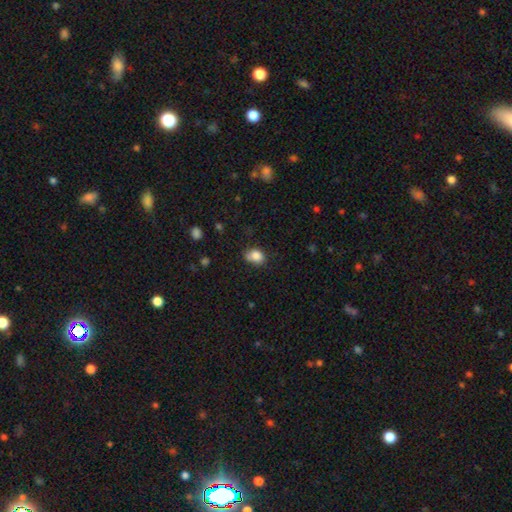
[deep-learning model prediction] smooth-or-featured: smooth: 83% | star or artifact: 9% | featured or disk: 7%
  how-rounded: in between: 59% | round: 40% | cigar-shaped: 1%
  merging: none: 55% | minor disturbance: 31% | major disturbance: 8% | merger: 6%